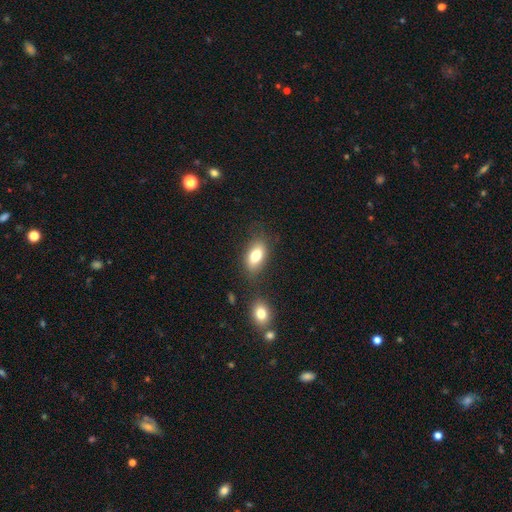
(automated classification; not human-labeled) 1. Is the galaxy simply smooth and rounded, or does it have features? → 80% smooth, 12% featured or disk, 8% star or artifact.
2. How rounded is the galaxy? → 88% in between, 9% round, 3% cigar-shaped.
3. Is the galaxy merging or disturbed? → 73% none, 15% minor disturbance, 7% merger, 5% major disturbance.